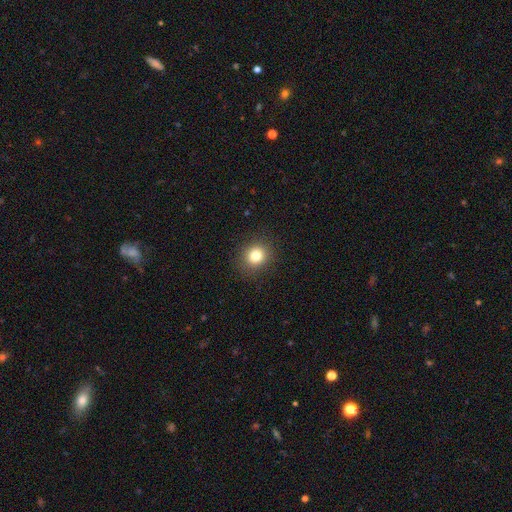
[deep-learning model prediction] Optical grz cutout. It shows a smooth galaxy with no disk features (81%) that is round (83%). Merging: none (89%).